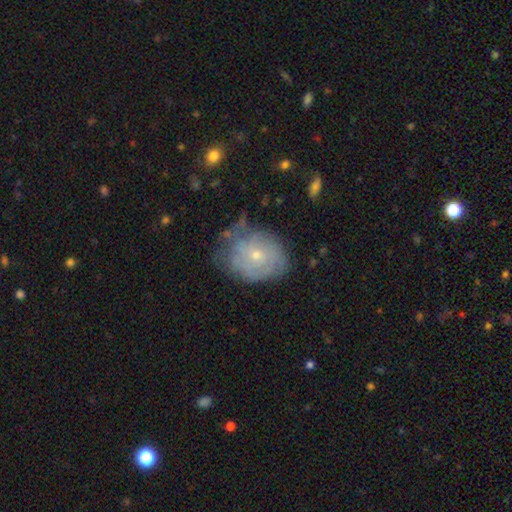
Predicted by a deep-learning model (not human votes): This is possibly a featured or disk galaxy (57%). It is clearly not viewed edge-on (96%). Bar: clearly no (81%). Spiral arm pattern: likely yes (67%). Central bulge: likely small (69%). Merging: possibly none (54%).